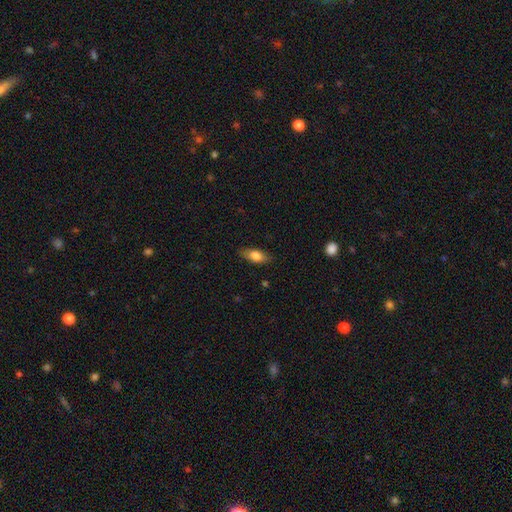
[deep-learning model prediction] Overall: smooth (77%). How rounded: in between (81%). Merging: none (83%).